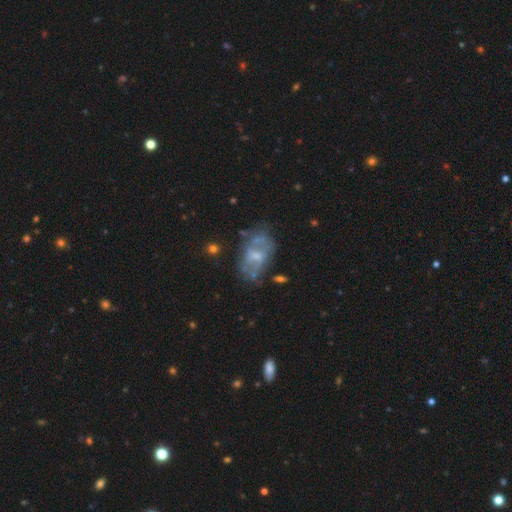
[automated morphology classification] This is likely a featured or disk galaxy (64%). It is clearly not viewed edge-on (95%). Bar: possibly no (51%). Spiral arm pattern: possibly no (54%). Central bulge: possibly small (52%). Merging: possibly none (49%).